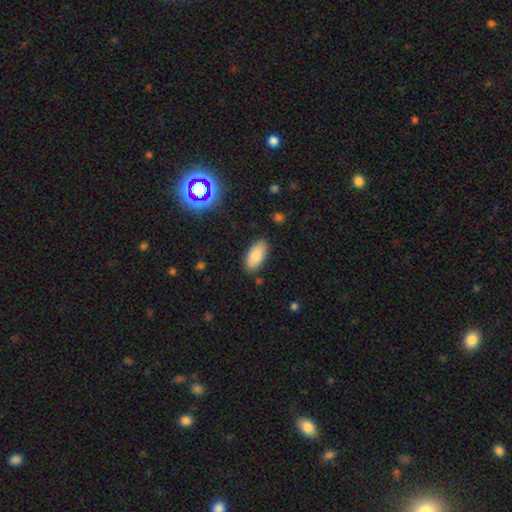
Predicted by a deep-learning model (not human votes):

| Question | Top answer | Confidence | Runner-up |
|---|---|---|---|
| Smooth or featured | smooth | 85% | star or artifact (8%) |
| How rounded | in between | 92% | cigar-shaped (5%) |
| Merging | none | 85% | minor disturbance (10%) |